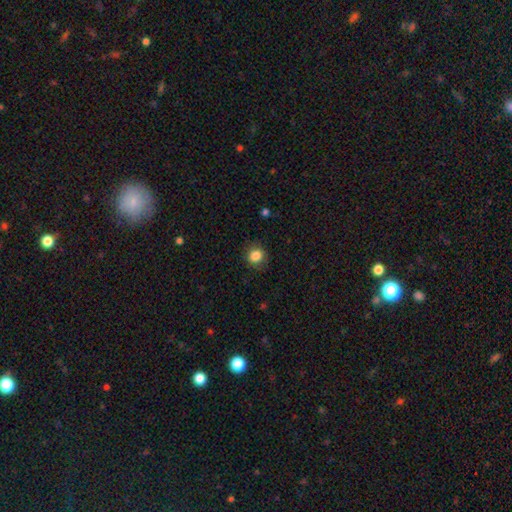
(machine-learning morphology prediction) smooth 85%, star or artifact 10%, featured or disk 5%. Down the decision tree: how rounded — round (85%); merging — none (85%).